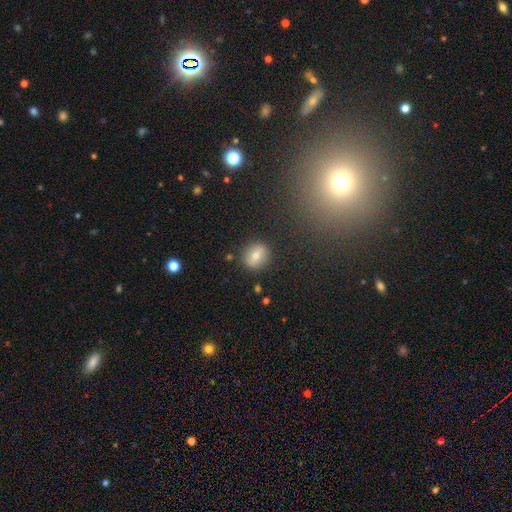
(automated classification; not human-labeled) Q: Smooth or featured?
A: smooth (70%); runner-up: featured or disk (19%)
Q: How rounded?
A: round (68%); runner-up: in between (30%)
Q: Merging?
A: none (86%); runner-up: minor disturbance (9%)